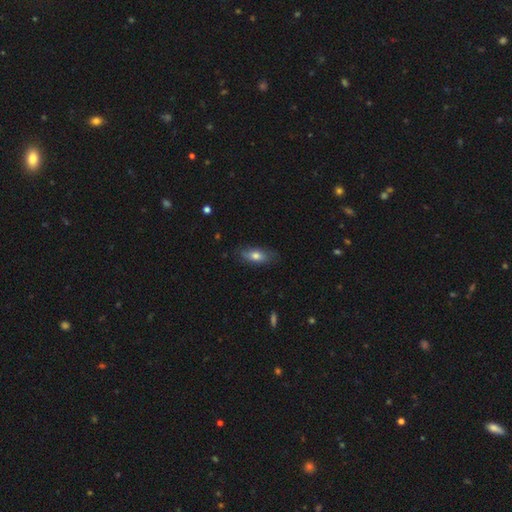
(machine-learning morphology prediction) smooth-or-featured: smooth: 72% | featured or disk: 21% | star or artifact: 7%
  how-rounded: in between: 76% | cigar-shaped: 19% | round: 4%
  merging: none: 78% | minor disturbance: 18% | major disturbance: 3% | merger: 1%